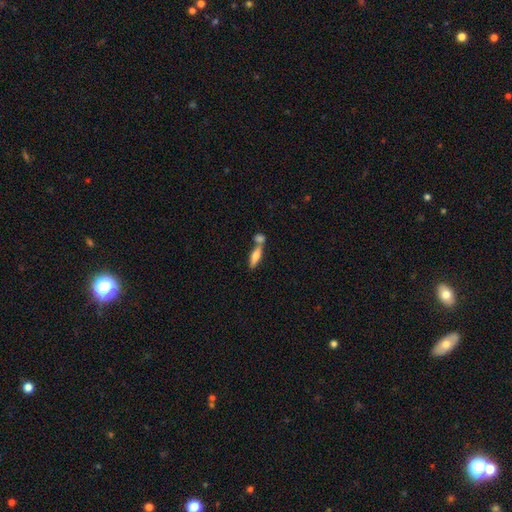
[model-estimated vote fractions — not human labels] A smooth galaxy with no disk features (69%) that is in between round and cigar-shaped (50%).

Vote fractions:
- Smooth or featured? smooth: 69% / featured or disk: 24% / star or artifact: 7%
- How rounded? in between: 50% / cigar-shaped: 47% / round: 3%
- Merging? merger: 45% / none: 43% / minor disturbance: 9% / major disturbance: 3%